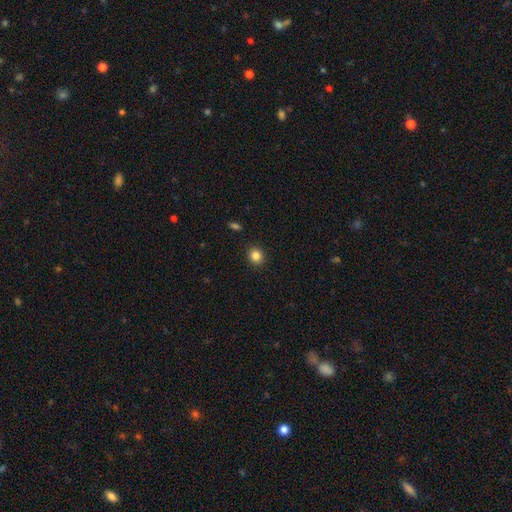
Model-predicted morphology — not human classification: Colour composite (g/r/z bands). It shows a smooth galaxy with no disk features (85%) that is round (78%). Merging: none (91%).